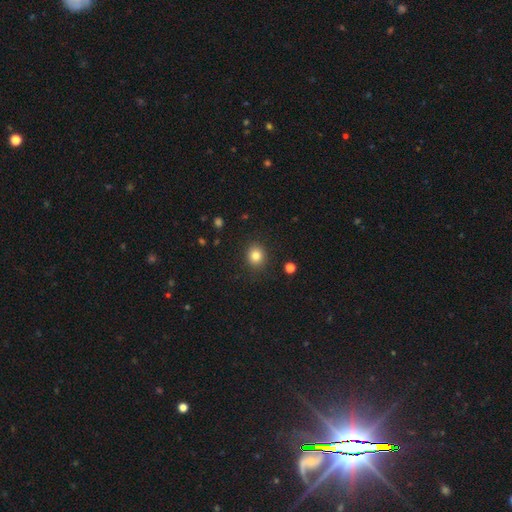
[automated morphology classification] Smooth or featured: smooth — 82% (star or artifact — 12%)
How rounded: round — 79% (in between — 20%)
Merging: none — 89% (minor disturbance — 8%)